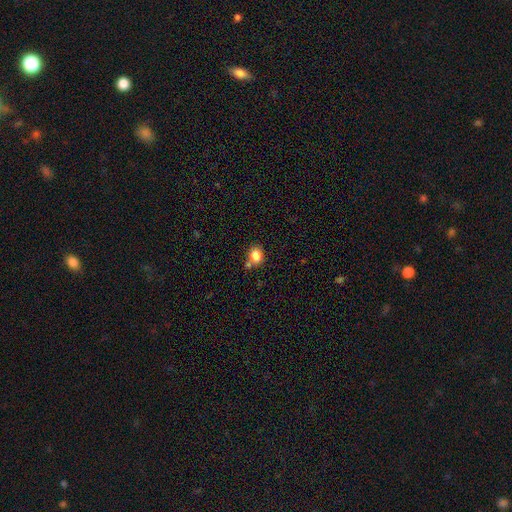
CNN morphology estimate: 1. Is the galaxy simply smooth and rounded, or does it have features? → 83% smooth, 10% star or artifact, 7% featured or disk.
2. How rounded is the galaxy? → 59% round, 40% in between, 1% cigar-shaped.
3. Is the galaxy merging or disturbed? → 62% none, 20% merger, 14% minor disturbance, 4% major disturbance.